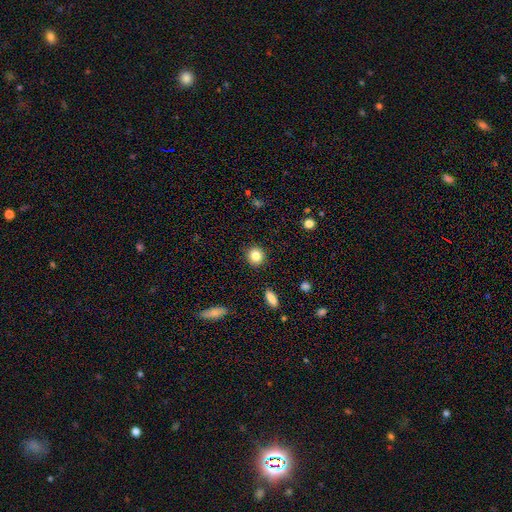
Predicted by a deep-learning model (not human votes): Smooth or featured? smooth (83%)
How rounded? round (89%)
Merging? none (91%)